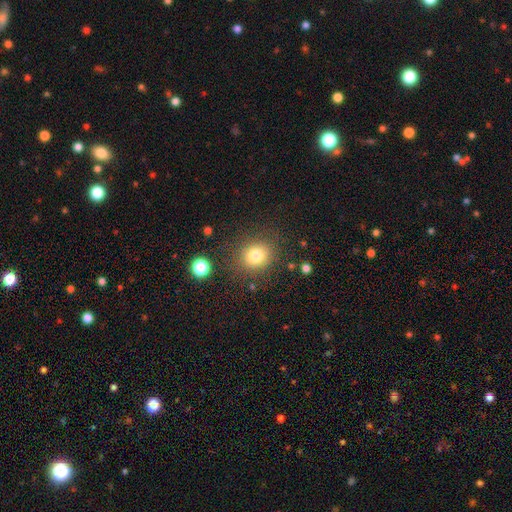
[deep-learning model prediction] A smooth galaxy with no disk features (79%) that is round (78%). Merging: none (83%).